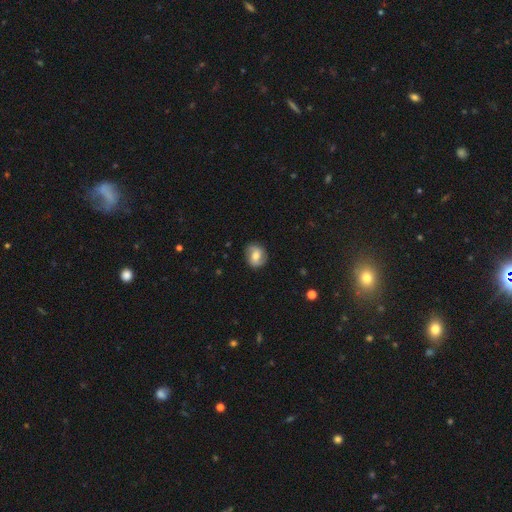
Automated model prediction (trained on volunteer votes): Smooth or featured? smooth (47%)
Merging? none (83%)